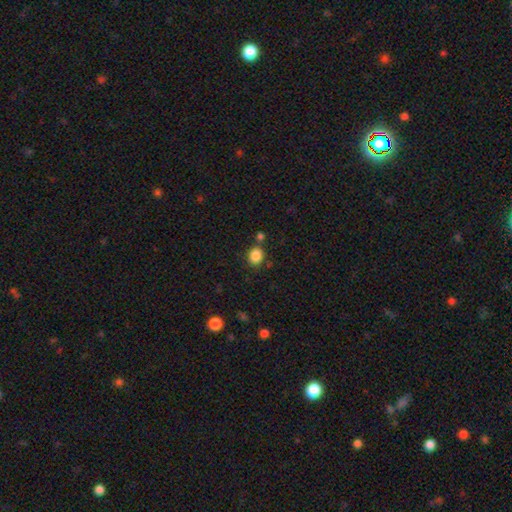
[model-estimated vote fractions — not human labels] Smooth or featured? smooth (86%)
How rounded? round (59%)
Merging? none (75%)